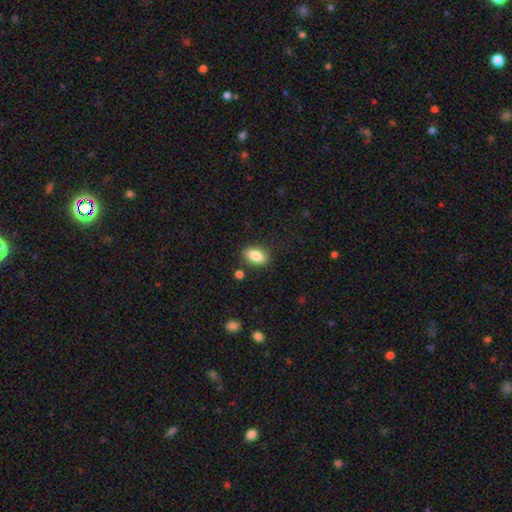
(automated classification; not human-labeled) Smooth or featured: smooth — 84% (featured or disk — 8%)
How rounded: in between — 85% (round — 13%)
Merging: none — 82% (minor disturbance — 12%)